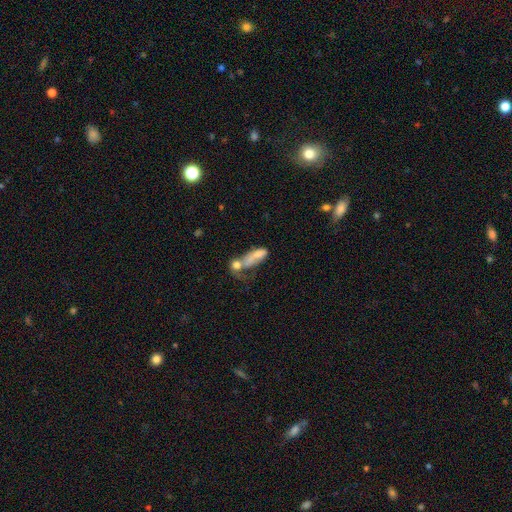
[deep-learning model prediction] Morphology: type=smooth (63%); roundness=in between (73%); merging=merger (57%).